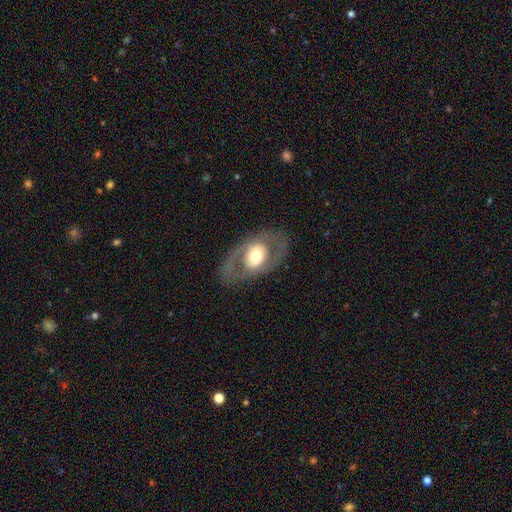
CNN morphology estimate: smooth_or_featured: featured or disk (p=0.63) [alt: smooth p=0.31]
disk_edge_on: no (p=0.90) [alt: yes p=0.10]
bar: no (p=0.65) [alt: weak p=0.23]
has_spiral_arms: no (p=0.69) [alt: yes p=0.31]
bulge_size: moderate (p=0.55) [alt: large p=0.31]
merging: none (p=0.78) [alt: minor disturbance p=0.12]